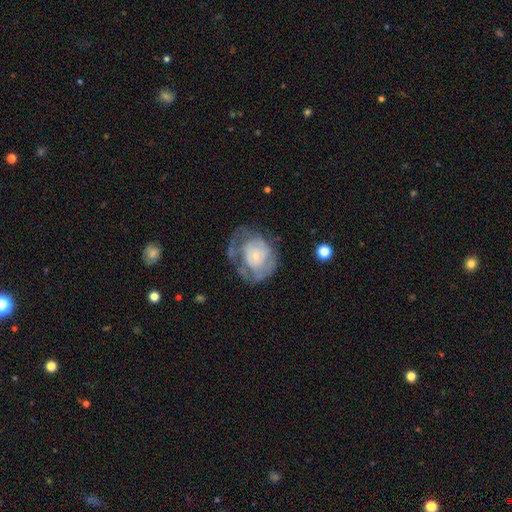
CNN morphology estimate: A featured or disk galaxy (60%) with no bar (82%), spiral arms (55%) and a small central bulge (71%). Merging: none (40%).